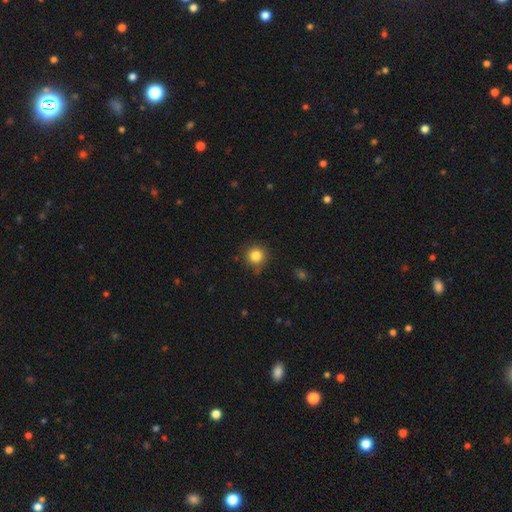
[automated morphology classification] Smooth or featured? Predicted: smooth (p=0.84). How rounded? Predicted: round (p=0.94). Merging? Predicted: none (p=0.85).